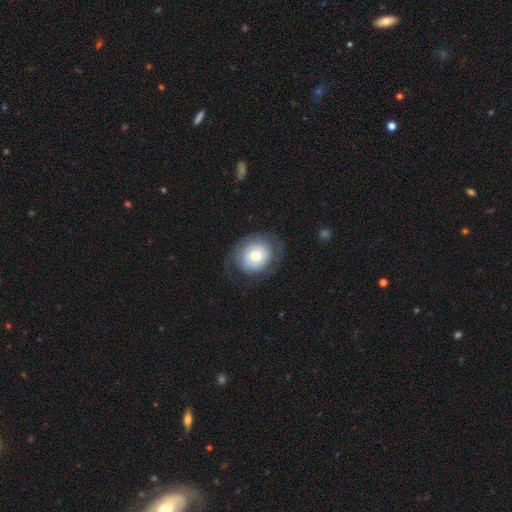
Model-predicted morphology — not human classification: smooth_or_featured: smooth (p=0.52) [alt: featured or disk p=0.41]
how_rounded: round (p=0.79) [alt: in between p=0.20]
merging: none (p=0.69) [alt: minor disturbance p=0.17]